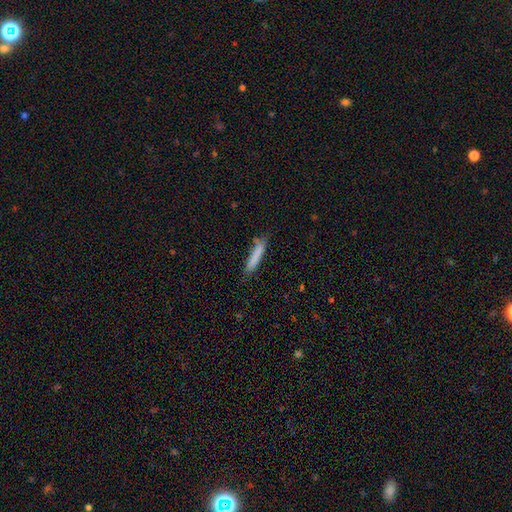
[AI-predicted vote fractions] This is clearly a smooth galaxy (81%). How rounded: clearly cigar-shaped (91%). Merging: likely none (79%).